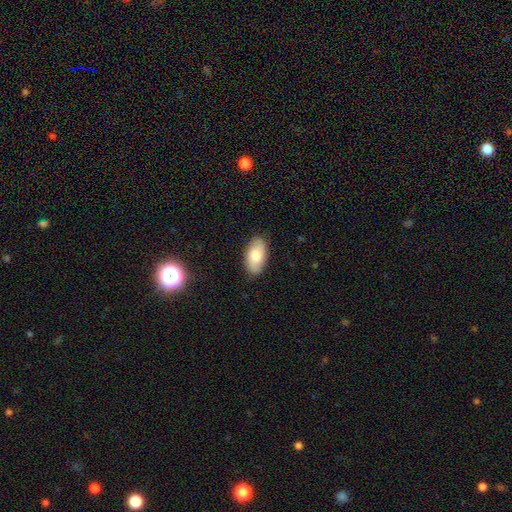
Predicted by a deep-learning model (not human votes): Overall: smooth (75%). How rounded: in between (94%). Merging: none (85%).